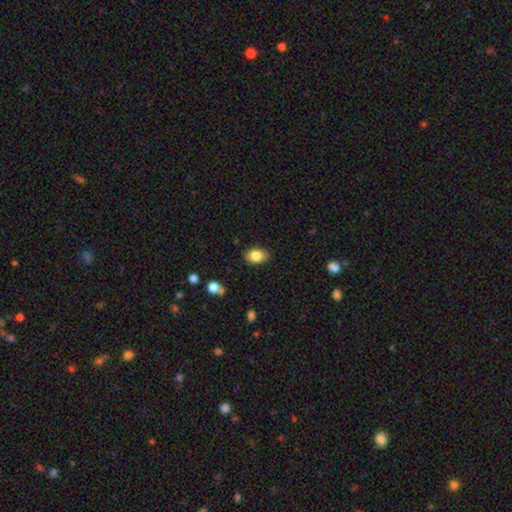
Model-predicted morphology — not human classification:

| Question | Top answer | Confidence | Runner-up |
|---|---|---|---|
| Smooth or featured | smooth | 83% | featured or disk (9%) |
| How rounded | in between | 84% | round (15%) |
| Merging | none | 86% | minor disturbance (11%) |